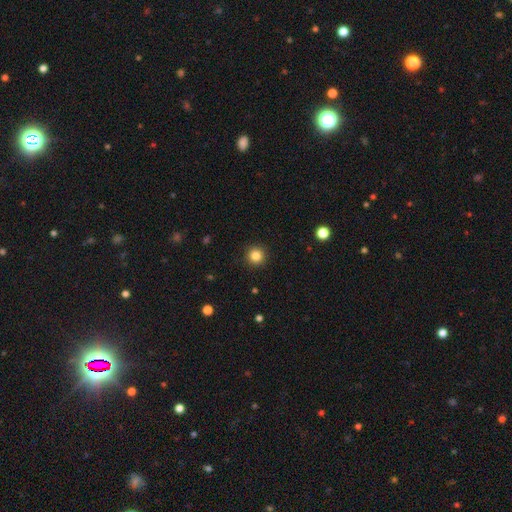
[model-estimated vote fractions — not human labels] Morphology: type=smooth (84%); roundness=round (96%); merging=none (93%).